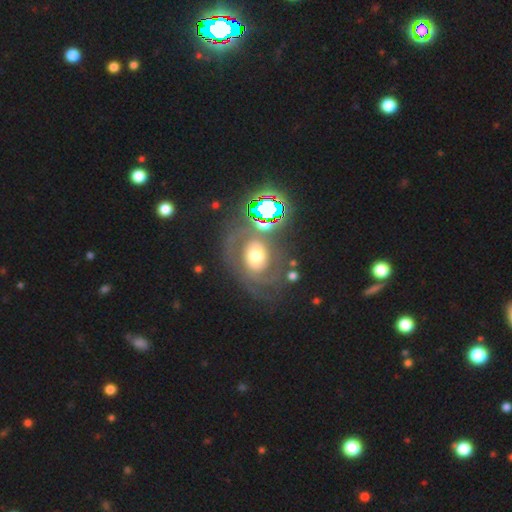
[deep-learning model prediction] featured or disk 56%, smooth 29%, star or artifact 15%. Down the decision tree: edge-on disk — no (95%); bar — no (73%); spiral arms — yes (56%); bulge size — moderate (54%); merging — none (62%).